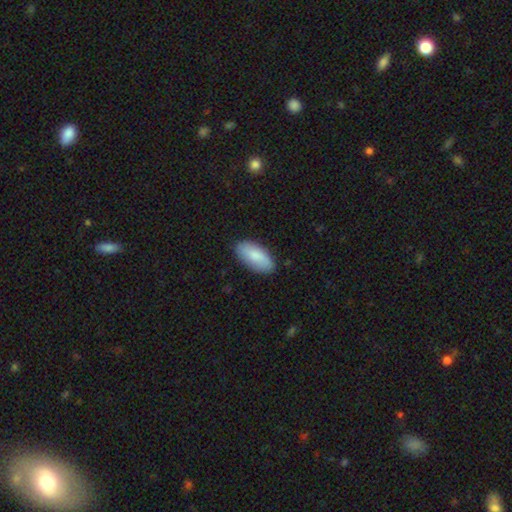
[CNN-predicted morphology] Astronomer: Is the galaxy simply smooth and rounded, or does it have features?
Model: smooth — 82%.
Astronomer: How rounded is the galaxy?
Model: in between — 90%.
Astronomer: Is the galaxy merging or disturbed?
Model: none — 85%.